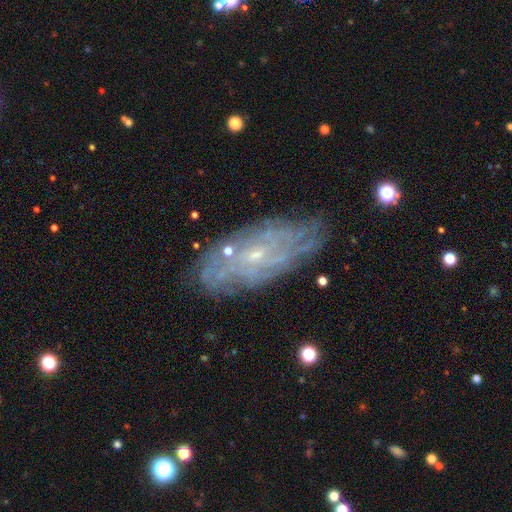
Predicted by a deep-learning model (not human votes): Smooth or featured: featured or disk — 75% (smooth — 16%)
Edge-on disk: no — 88% (yes — 12%)
Bar: no — 68% (weak — 26%)
Spiral arms: yes — 83% (no — 17%)
Spiral winding: tight — 66% (medium — 25%)
Spiral arm count: can't tell — 59% (more than 4 — 10%)
Bulge size: small — 80% (moderate — 15%)
Merging: none — 78% (minor disturbance — 15%)